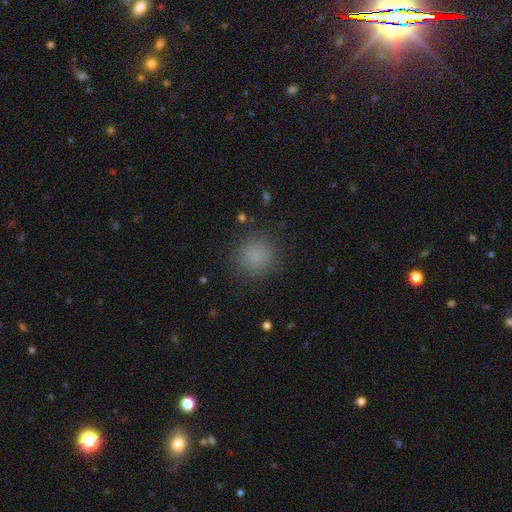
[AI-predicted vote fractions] smooth-or-featured: smooth: 81% | star or artifact: 14% | featured or disk: 5%
  how-rounded: round: 93% | in between: 6% | cigar-shaped: 1%
  merging: none: 88% | minor disturbance: 8% | major disturbance: 3% | merger: 1%